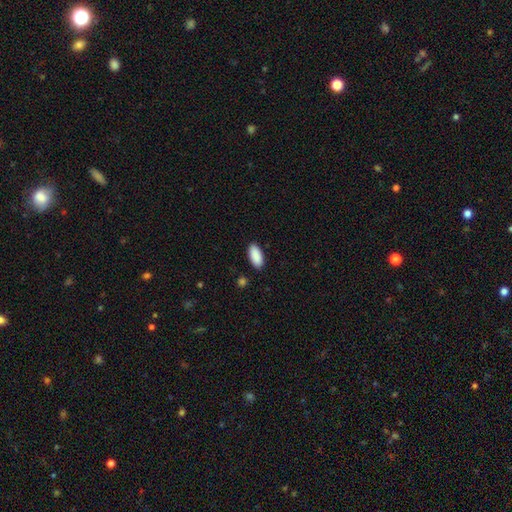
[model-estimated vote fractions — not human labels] Morphology: type=smooth (91%); roundness=in between (91%); merging=none (89%).